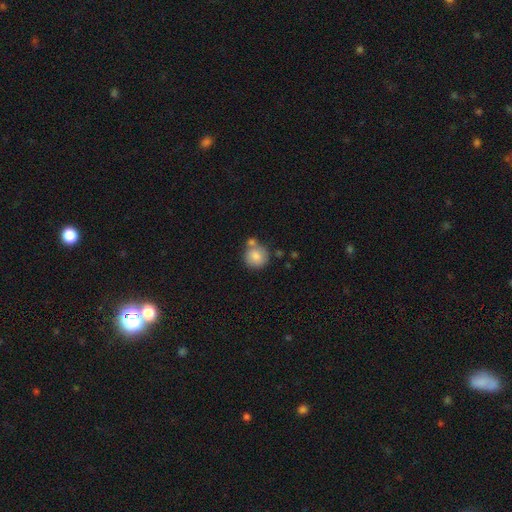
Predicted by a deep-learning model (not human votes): Q: Smooth or featured?
A: smooth (82%); runner-up: featured or disk (10%)
Q: How rounded?
A: round (91%); runner-up: in between (8%)
Q: Merging?
A: none (59%); runner-up: merger (24%)